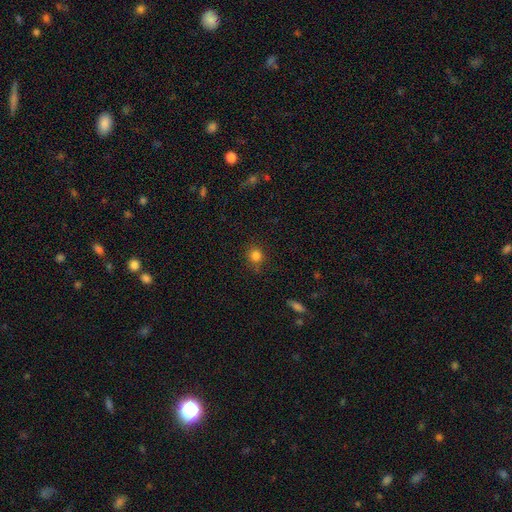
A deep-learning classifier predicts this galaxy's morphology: Smooth or featured? smooth (82%)
How rounded? round (87%)
Merging? none (81%)